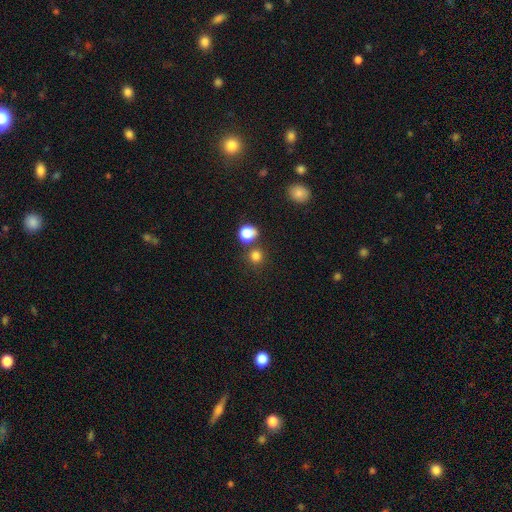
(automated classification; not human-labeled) A smooth galaxy with no disk features (78%) that is round (90%). Merging: none (74%).